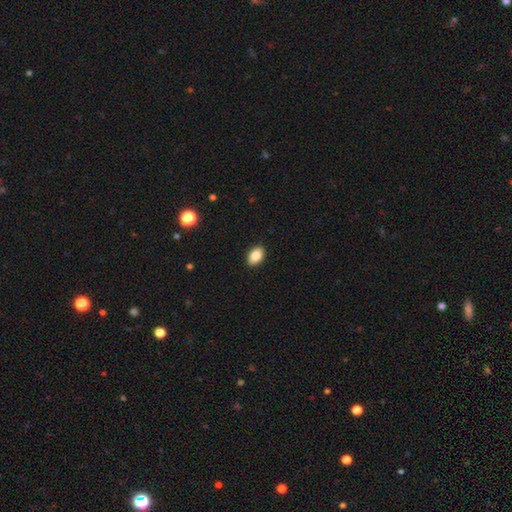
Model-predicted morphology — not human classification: Q: Smooth or featured?
A: smooth (85%); runner-up: star or artifact (8%)
Q: How rounded?
A: in between (86%); runner-up: round (12%)
Q: Merging?
A: none (90%); runner-up: minor disturbance (7%)